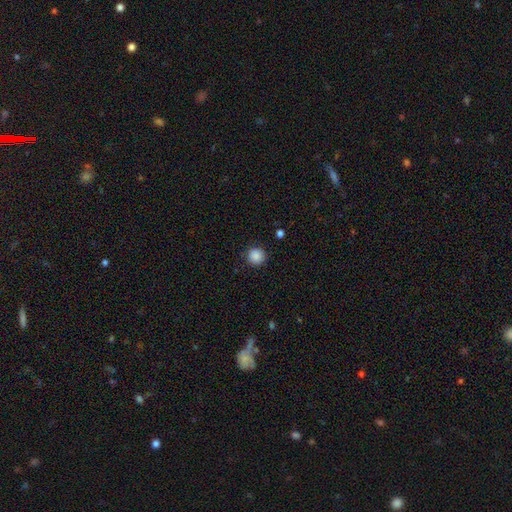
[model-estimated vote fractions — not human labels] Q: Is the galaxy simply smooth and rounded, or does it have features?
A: smooth — 88%.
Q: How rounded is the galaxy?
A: round — 94%.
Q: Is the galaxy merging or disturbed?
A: none — 90%.